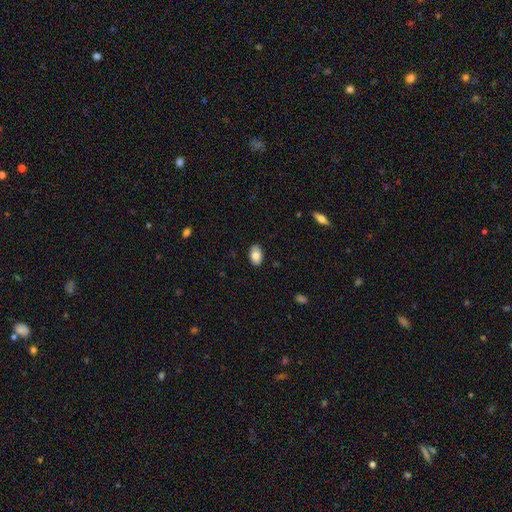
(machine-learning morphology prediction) smooth 82%, featured or disk 11%, star or artifact 7%. Down the decision tree: how rounded — in between (90%); merging — none (87%).